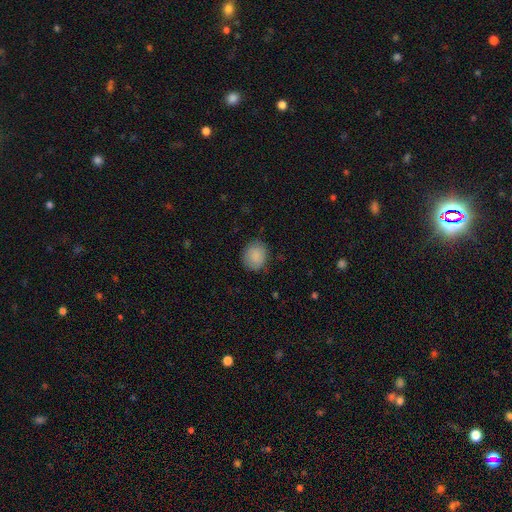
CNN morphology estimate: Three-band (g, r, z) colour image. It shows a smooth galaxy with no disk features (87%) that is round (73%). Merging: none (82%).